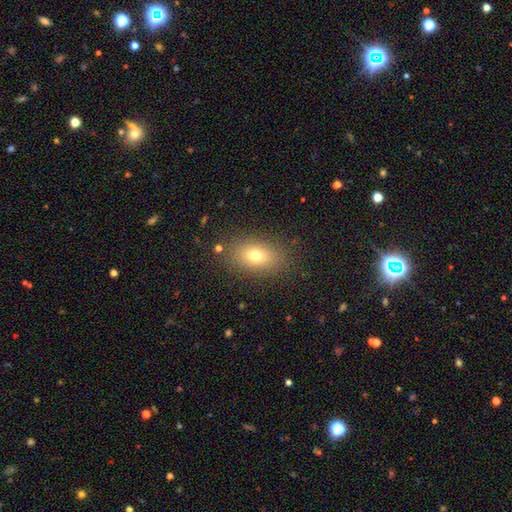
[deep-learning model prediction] Smooth or featured? smooth (73%)
How rounded? in between (83%)
Merging? none (85%)